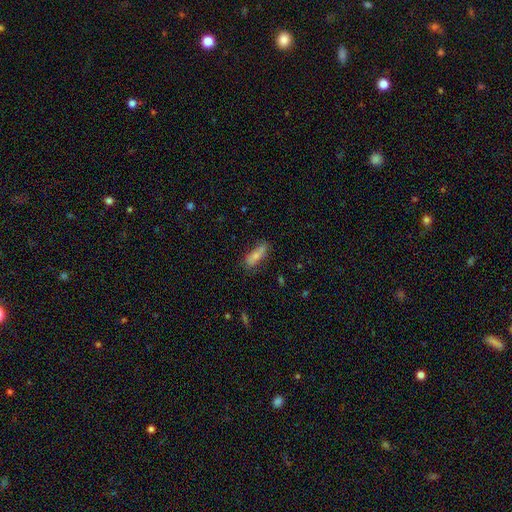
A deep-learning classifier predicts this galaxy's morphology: Smooth or featured: smooth — 71% (featured or disk — 22%)
How rounded: in between — 53% (cigar-shaped — 44%)
Merging: none — 71% (minor disturbance — 22%)